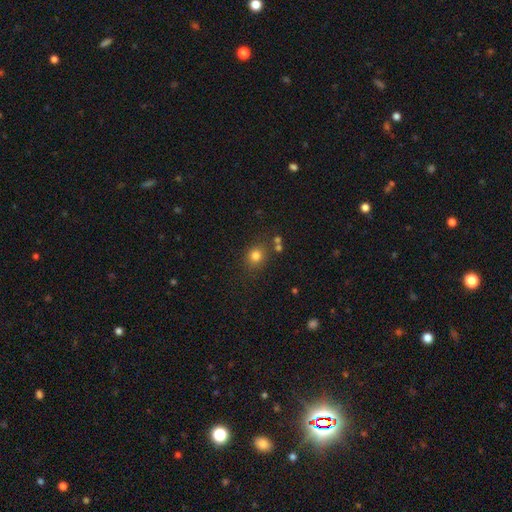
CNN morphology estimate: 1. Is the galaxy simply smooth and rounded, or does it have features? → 79% smooth, 14% star or artifact, 7% featured or disk.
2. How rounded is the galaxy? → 72% round, 27% in between, 1% cigar-shaped.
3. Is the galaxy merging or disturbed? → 76% none, 12% minor disturbance, 8% merger, 4% major disturbance.